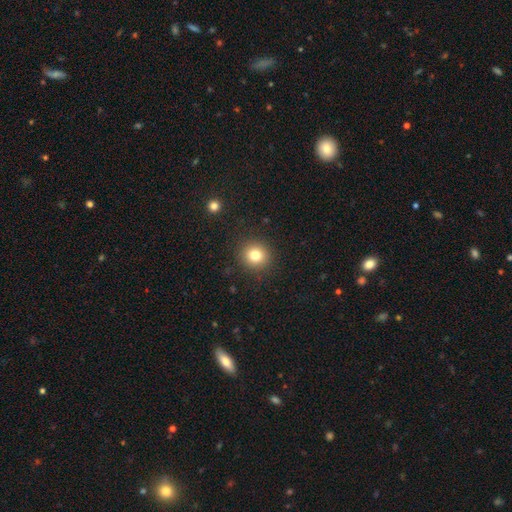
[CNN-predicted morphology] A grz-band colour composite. It shows a smooth galaxy with no disk features (78%) that is round (93%). Merging: none (92%).